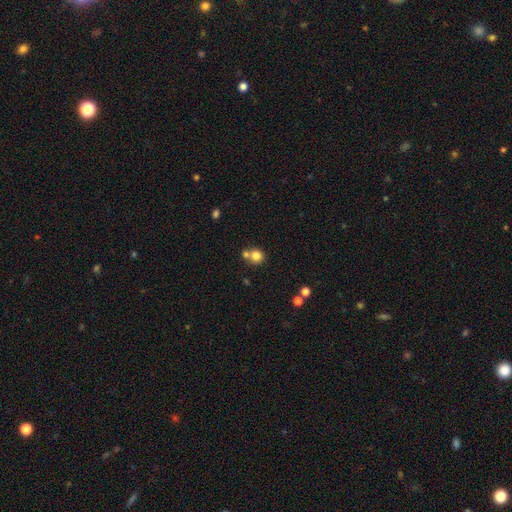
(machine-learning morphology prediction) Smooth or featured? Predicted: smooth (p=0.81). How rounded? Predicted: round (p=0.89). Merging? Predicted: none (p=0.56).